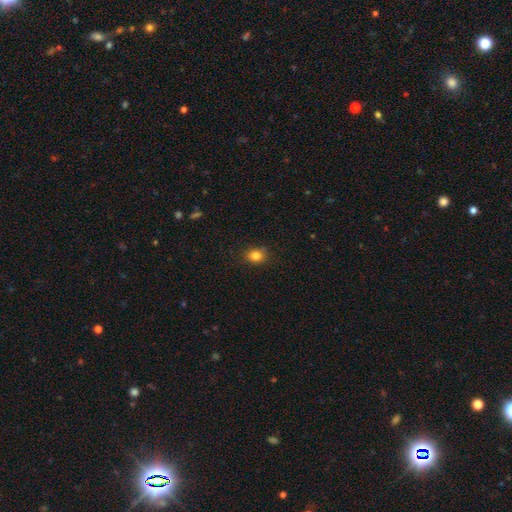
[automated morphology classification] Smooth or featured? Predicted: smooth (p=0.83). How rounded? Predicted: round (p=0.61). Merging? Predicted: none (p=0.84).